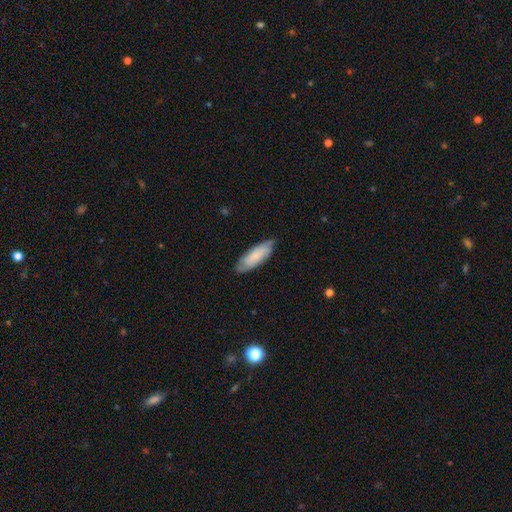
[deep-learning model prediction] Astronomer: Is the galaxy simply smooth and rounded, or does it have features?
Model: smooth — 70%.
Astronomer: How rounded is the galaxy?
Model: in between — 59% (runner-up: cigar-shaped, 39%).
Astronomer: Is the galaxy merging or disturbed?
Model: none — 76%.